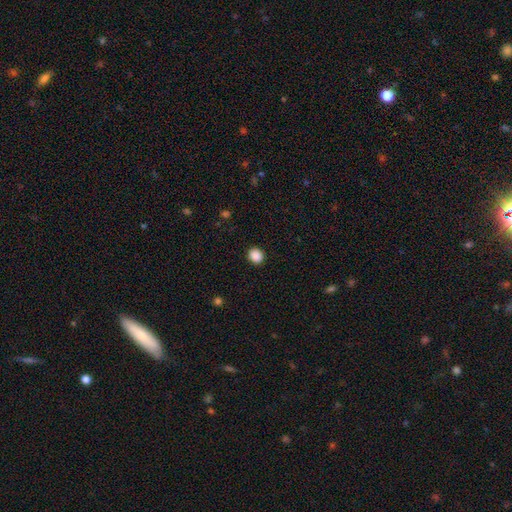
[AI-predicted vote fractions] Overall: smooth (88%). How rounded: round (78%). Merging: none (91%).